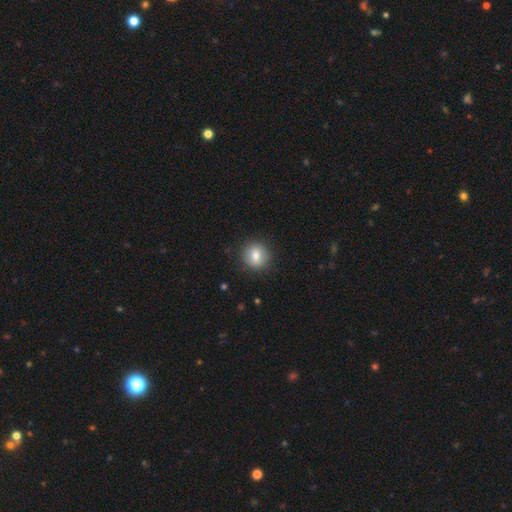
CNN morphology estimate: A smooth galaxy with no disk features (78%) that is round (86%).

Vote fractions:
- Smooth or featured? smooth: 78% / featured or disk: 13% / star or artifact: 9%
- How rounded? round: 86% / in between: 13% / cigar-shaped: 1%
- Merging? none: 89% / minor disturbance: 7% / major disturbance: 2% / merger: 1%